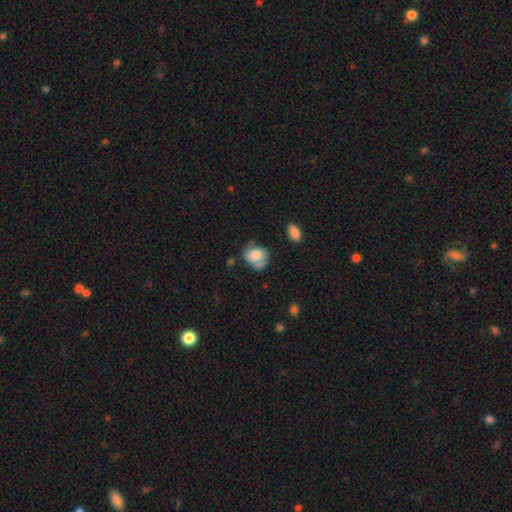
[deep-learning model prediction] Smooth or featured?
  - smooth: 74% *
  - featured or disk: 18%
  - star or artifact: 8%
How rounded?
  - in between: 55% *
  - round: 44%
  - cigar-shaped: 1%
Merging?
  - none: 40% *
  - minor disturbance: 27%
  - merger: 20%
  - major disturbance: 12%